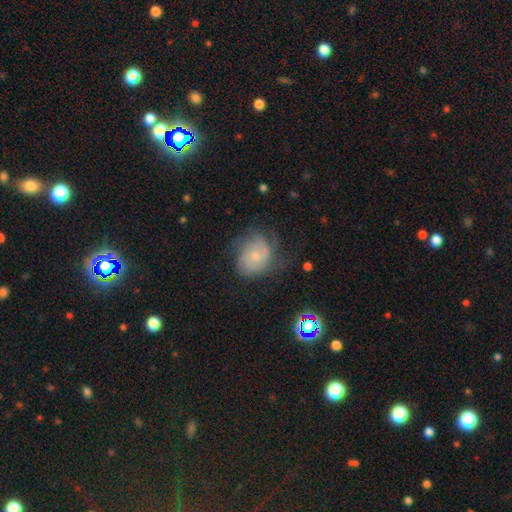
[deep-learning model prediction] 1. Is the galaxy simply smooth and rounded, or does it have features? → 58% featured or disk, 32% smooth, 10% star or artifact.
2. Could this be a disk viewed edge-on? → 97% no, 3% yes.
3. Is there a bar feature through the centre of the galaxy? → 78% no, 20% weak, 3% strong.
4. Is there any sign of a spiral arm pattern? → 82% yes, 18% no.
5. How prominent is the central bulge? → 68% small, 25% moderate, 4% none, 2% large, 1% dominant.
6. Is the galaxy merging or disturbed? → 55% none, 27% minor disturbance, 16% major disturbance, 2% merger.